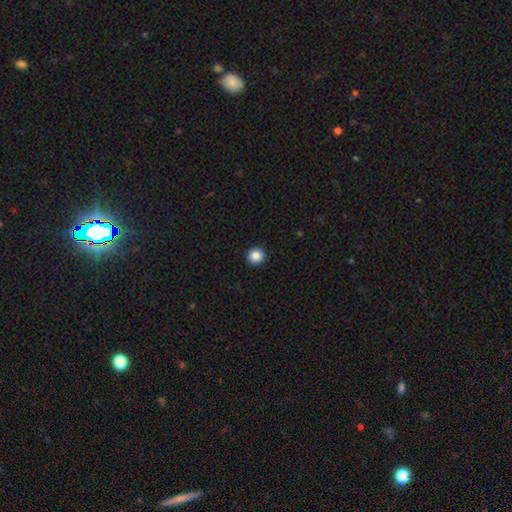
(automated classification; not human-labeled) smooth-or-featured: smooth: 87% | star or artifact: 10% | featured or disk: 3%
  how-rounded: round: 95% | in between: 4% | cigar-shaped: 1%
  merging: none: 93% | minor disturbance: 4% | major disturbance: 1% | merger: 1%